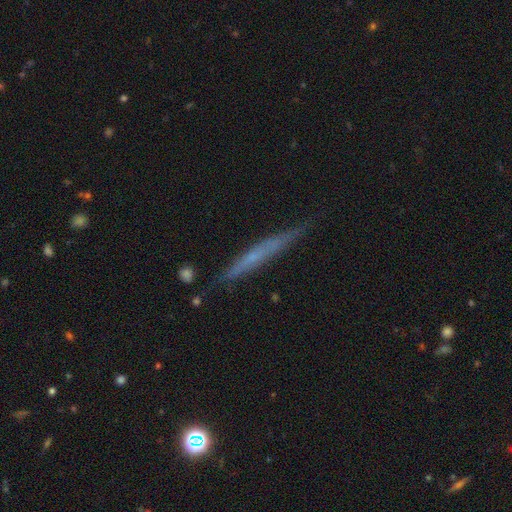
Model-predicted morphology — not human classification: A featured or disk galaxy (51%) viewed edge-on (94%). Merging: none (81%).